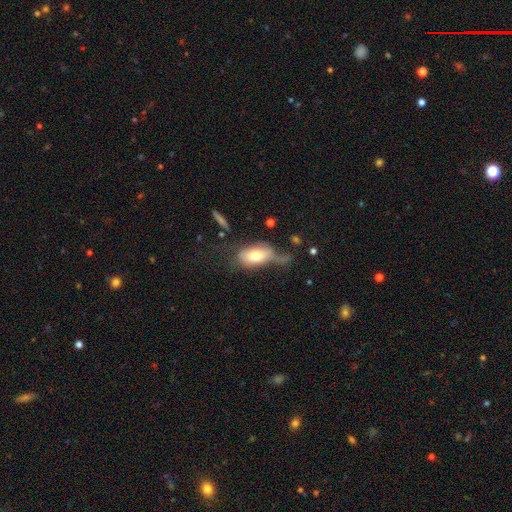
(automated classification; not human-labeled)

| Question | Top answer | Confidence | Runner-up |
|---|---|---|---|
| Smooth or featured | smooth | 70% | featured or disk (22%) |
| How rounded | in between | 90% | round (6%) |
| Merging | major disturbance | 36% | none (28%) |